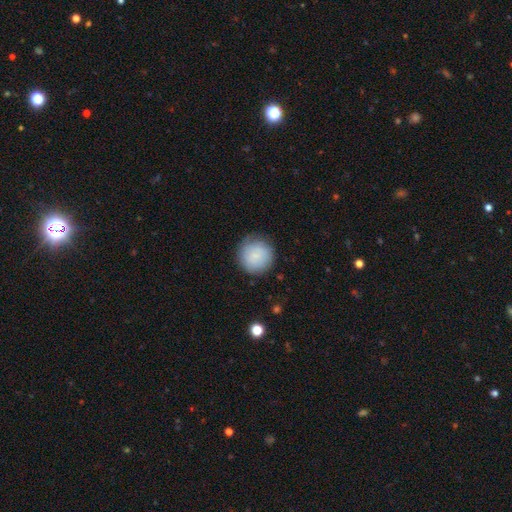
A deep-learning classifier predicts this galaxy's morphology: type=smooth (83%); roundness=round (95%); merging=none (81%).